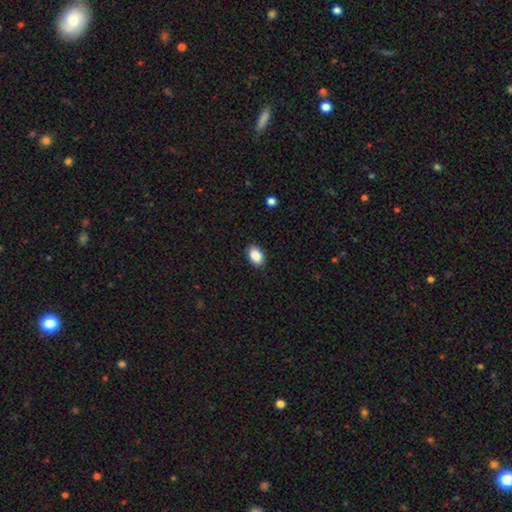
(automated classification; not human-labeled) A smooth galaxy with no disk features (89%) that is in between round and cigar-shaped (89%). Merging: none (88%).